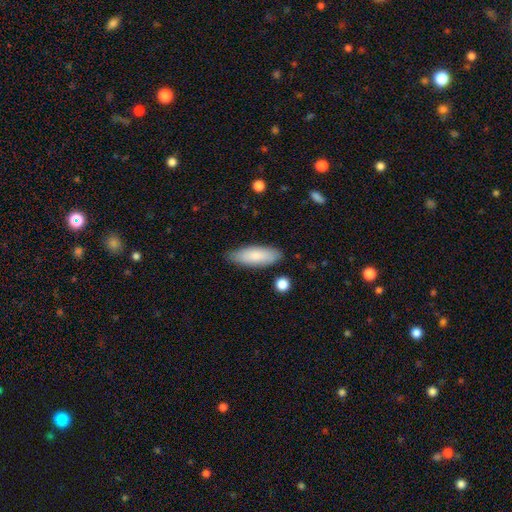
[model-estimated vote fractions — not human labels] Q: Smooth or featured?
A: smooth (83%); runner-up: featured or disk (12%)
Q: How rounded?
A: in between (64%); runner-up: cigar-shaped (35%)
Q: Merging?
A: none (82%); runner-up: minor disturbance (13%)